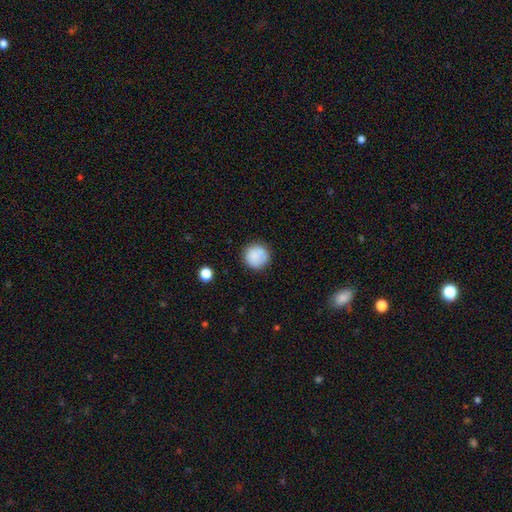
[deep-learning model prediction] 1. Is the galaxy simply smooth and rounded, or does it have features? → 85% smooth, 9% star or artifact, 7% featured or disk.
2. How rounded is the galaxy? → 94% round, 5% in between, 1% cigar-shaped.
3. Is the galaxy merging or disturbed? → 82% none, 12% minor disturbance, 3% major disturbance, 3% merger.